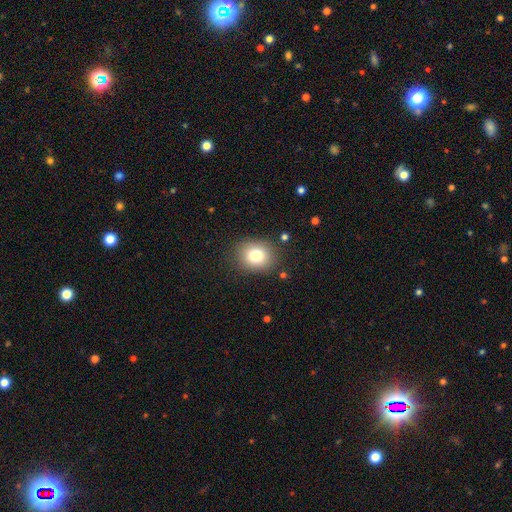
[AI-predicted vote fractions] The model was most divided on "how rounded": round: 66%, in between: 34%, cigar-shaped: 1%. More confident: merging — none (86%); smooth or featured — smooth (79%).